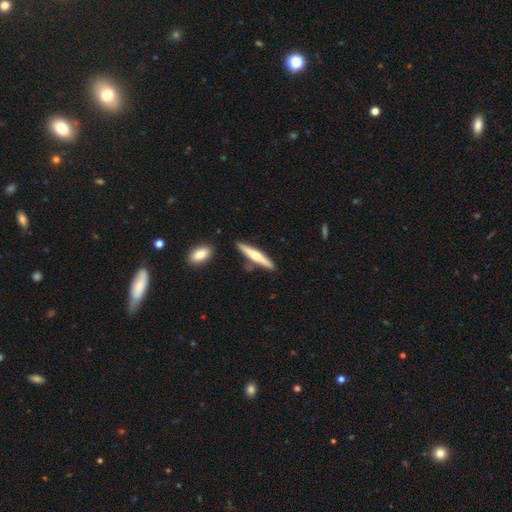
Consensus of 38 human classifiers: Smooth or featured: smooth — 47% (tied with featured or disk — 47%)
How rounded: cigar-shaped — 72% (in between — 22%)
Merging: none — 81% (minor disturbance — 14%)